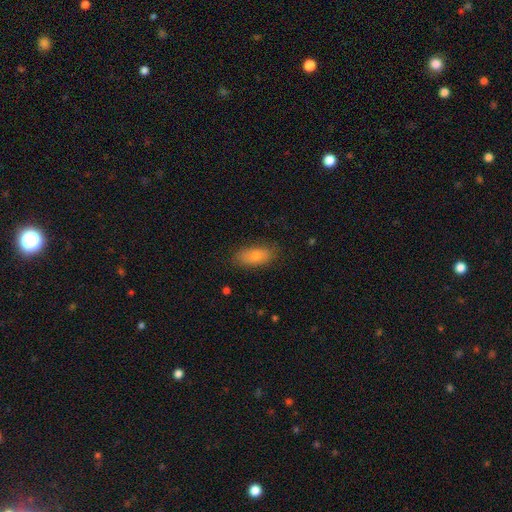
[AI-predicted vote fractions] Q: Smooth or featured?
A: smooth (70%); runner-up: featured or disk (20%)
Q: How rounded?
A: in between (84%); runner-up: cigar-shaped (12%)
Q: Merging?
A: none (82%); runner-up: minor disturbance (14%)